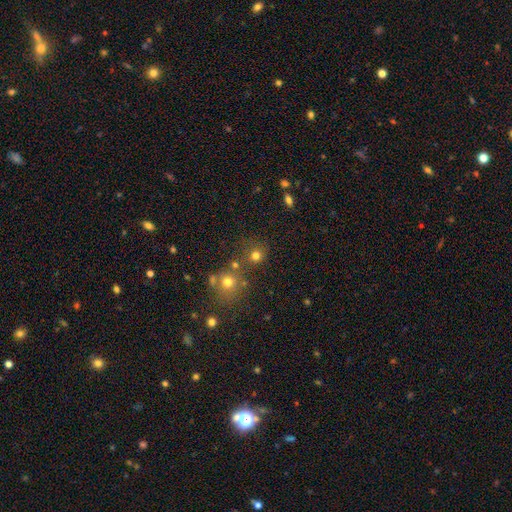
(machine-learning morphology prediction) Smooth or featured? Predicted: smooth (p=0.73). How rounded? Predicted: round (p=0.89). Merging? Predicted: none (p=0.68).